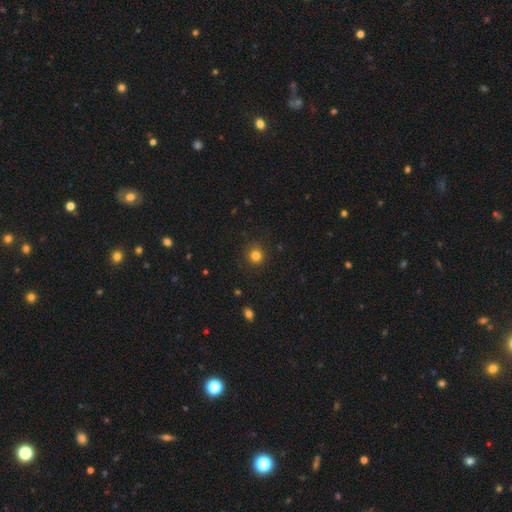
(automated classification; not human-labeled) A smooth galaxy with no disk features (82%) that is round (91%). Merging: none (87%).